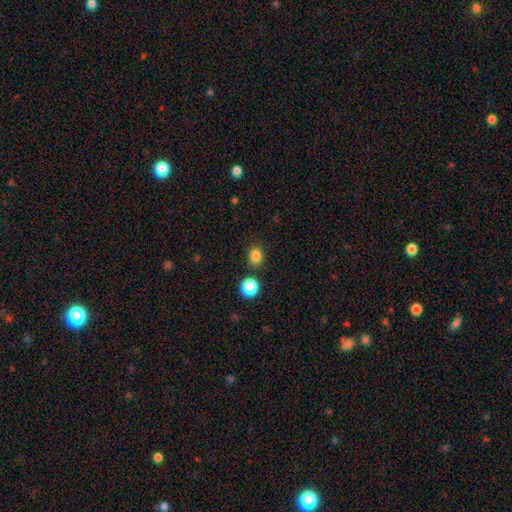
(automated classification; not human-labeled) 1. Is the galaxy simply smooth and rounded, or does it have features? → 83% smooth, 12% star or artifact, 4% featured or disk.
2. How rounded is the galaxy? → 56% round, 43% in between, 1% cigar-shaped.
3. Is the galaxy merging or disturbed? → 81% none, 9% minor disturbance, 6% merger, 3% major disturbance.